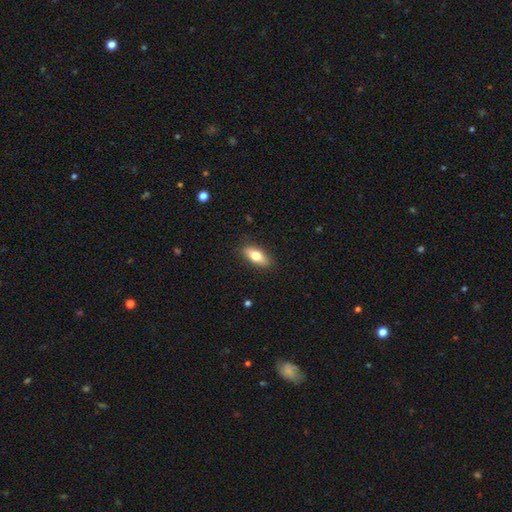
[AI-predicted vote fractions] Overall: smooth (72%). How rounded: in between (78%). Merging: none (87%).